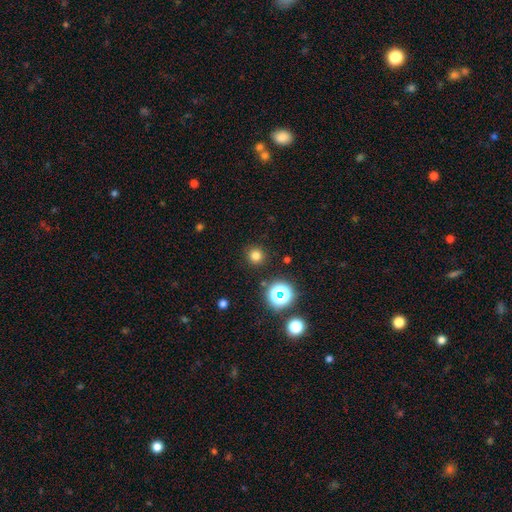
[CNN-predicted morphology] This is likely a smooth galaxy (75%). How rounded: clearly round (95%). Merging: clearly none (90%).